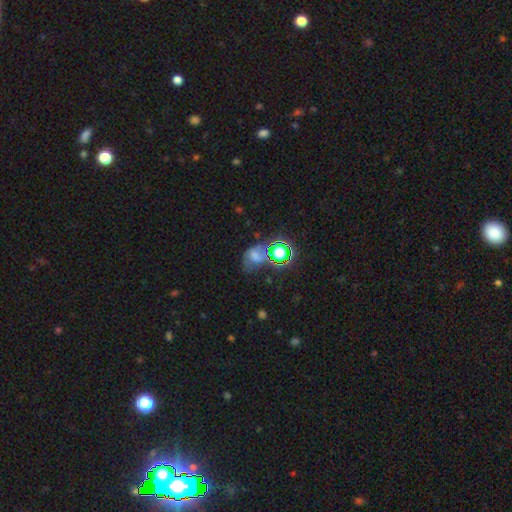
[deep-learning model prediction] smooth 47%, star or artifact 31%, featured or disk 22%. Down the decision tree: merging — none (41%).